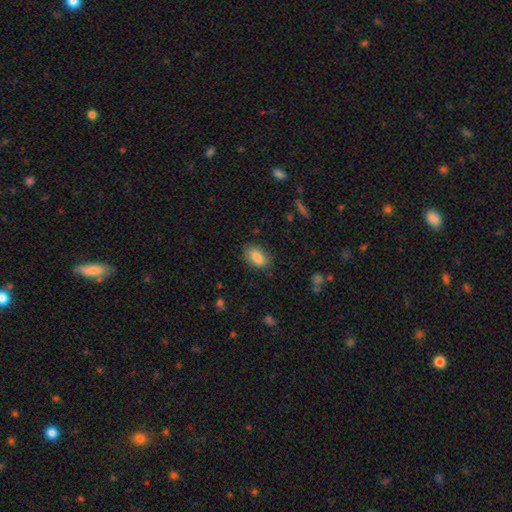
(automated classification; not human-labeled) smooth-or-featured: smooth: 86% | star or artifact: 7% | featured or disk: 7%
  how-rounded: in between: 90% | round: 7% | cigar-shaped: 3%
  merging: none: 81% | minor disturbance: 14% | major disturbance: 4% | merger: 1%